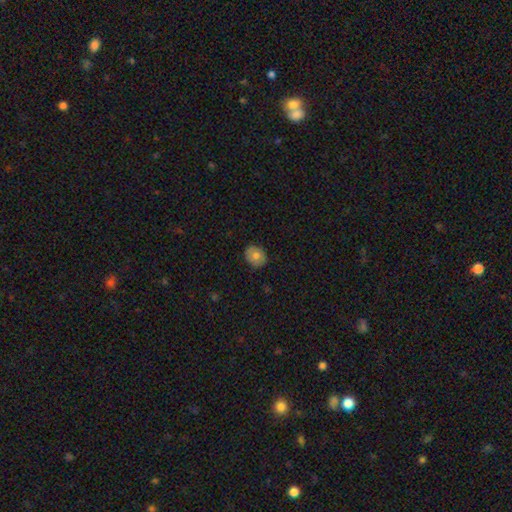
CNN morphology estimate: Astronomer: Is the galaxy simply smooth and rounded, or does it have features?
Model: smooth — 73%.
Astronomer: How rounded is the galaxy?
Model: round — 57% (runner-up: in between, 42%).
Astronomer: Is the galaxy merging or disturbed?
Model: none — 85%.